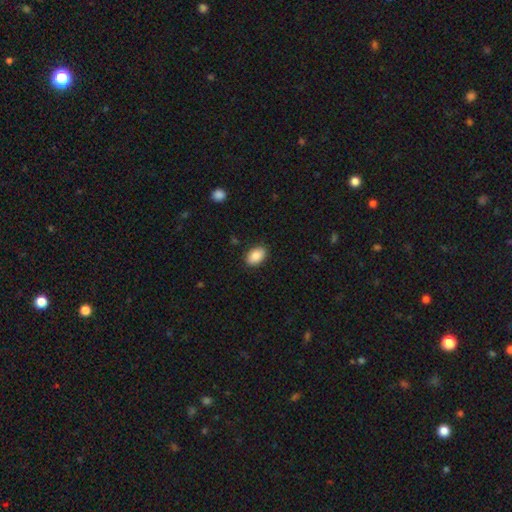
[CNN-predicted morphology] smooth_or_featured: smooth (p=0.88) [alt: star or artifact p=0.07]
how_rounded: in between (p=0.87) [alt: round p=0.12]
merging: none (p=0.88) [alt: minor disturbance p=0.09]